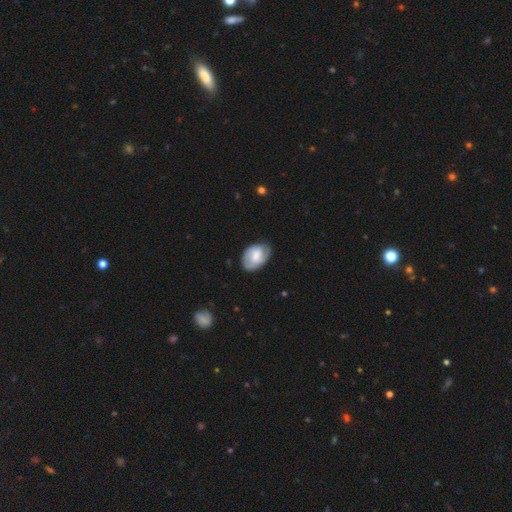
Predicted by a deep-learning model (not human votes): This is possibly a smooth galaxy (48%). Merging: likely none (70%).